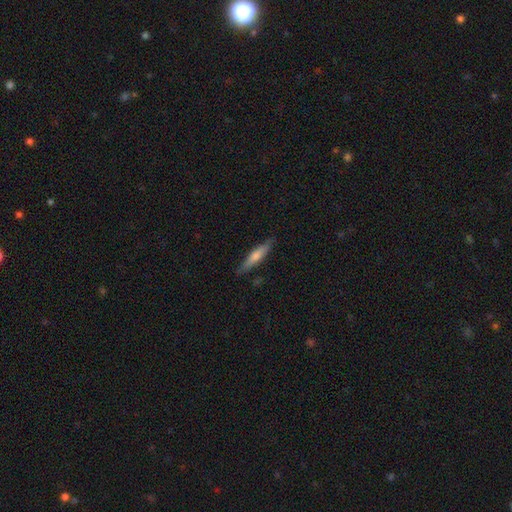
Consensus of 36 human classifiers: Smooth or featured?
  - smooth: 50% *
  - featured or disk: 47%
  - star or artifact: 3%
How rounded?
  - cigar-shaped: 94% *
  - in between: 6%
  - round: 0%
Merging?
  - none: 91% *
  - minor disturbance: 6%
  - major disturbance: 3%
  - merger: 0%